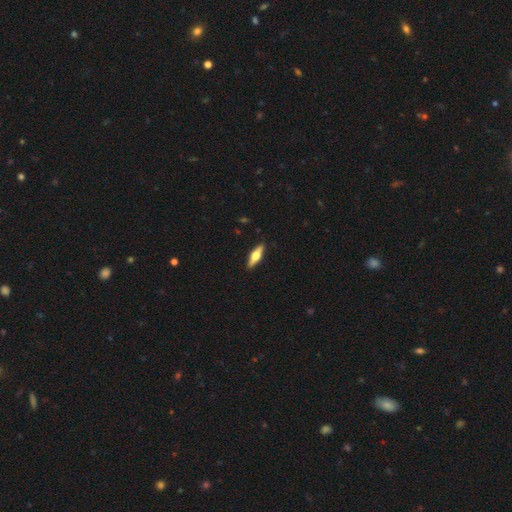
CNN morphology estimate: type=featured or disk (55%); edge-on=yes (94%); edge-on bulge=rounded (94%); merging=none (90%).